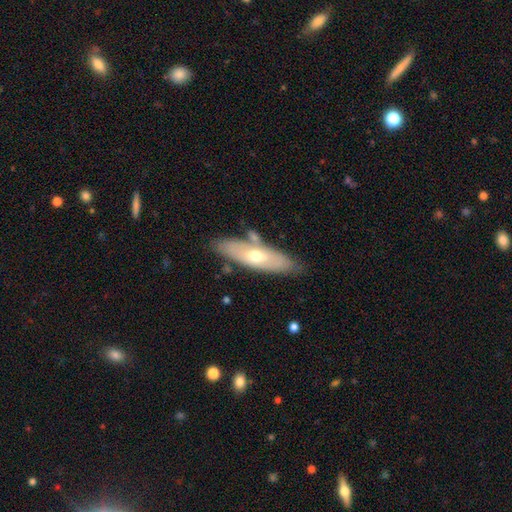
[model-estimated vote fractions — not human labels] A featured or disk galaxy (52%). Merging: none (76%).